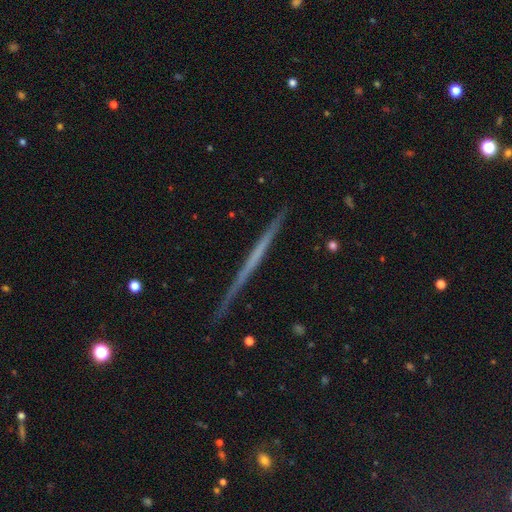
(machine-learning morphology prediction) smooth-or-featured: featured or disk: 65% | smooth: 29% | star or artifact: 6%
  disk-edge-on: yes: 98% | no: 2%
    edge-on-bulge: none: 92% | rounded: 5% | boxy: 3%
  merging: none: 89% | minor disturbance: 8% | major disturbance: 1% | merger: 1%